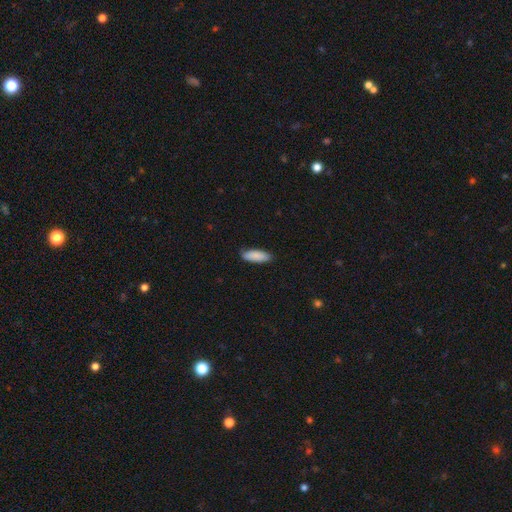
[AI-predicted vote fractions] Morphology: type=smooth (88%); roundness=in between (66%); merging=none (83%).